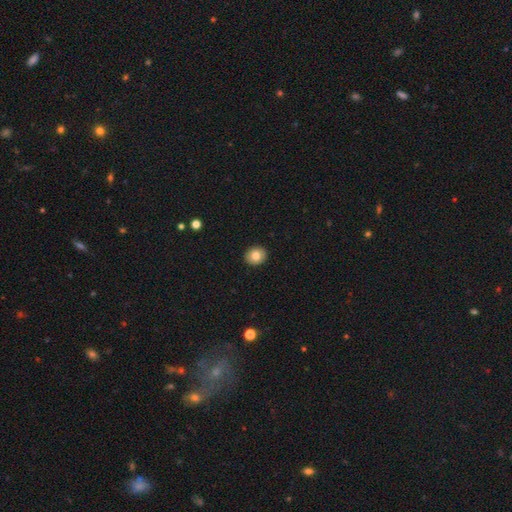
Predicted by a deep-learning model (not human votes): The model was most divided on "how rounded": round: 70%, in between: 29%, cigar-shaped: 1%. More confident: merging — none (92%); smooth or featured — smooth (82%).